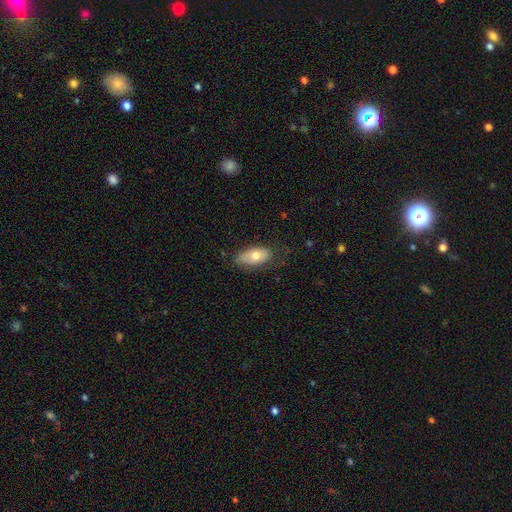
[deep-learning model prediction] The model was most divided on "smooth or featured": smooth: 70%, featured or disk: 24%, star or artifact: 6%. More confident: how rounded — in between (91%); merging — none (71%).